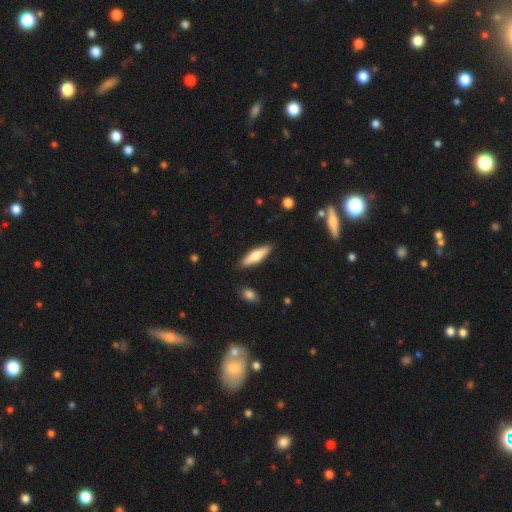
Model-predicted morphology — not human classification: The model was most divided on "smooth or featured": smooth: 62%, featured or disk: 32%, star or artifact: 6%. More confident: merging — none (87%); how rounded — cigar-shaped (67%).